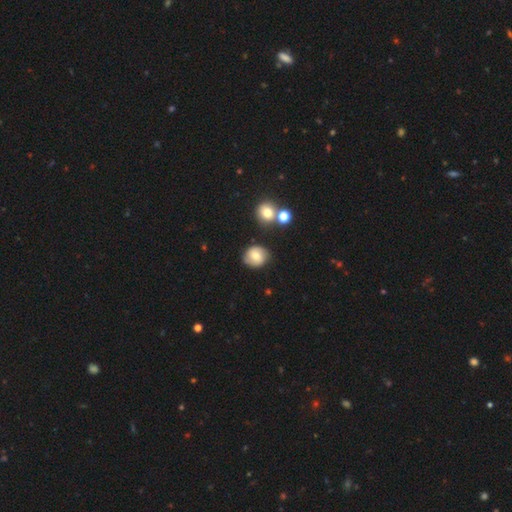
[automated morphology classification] Smooth or featured: smooth — 63% (featured or disk — 27%)
How rounded: round — 80% (in between — 19%)
Merging: none — 79% (minor disturbance — 13%)